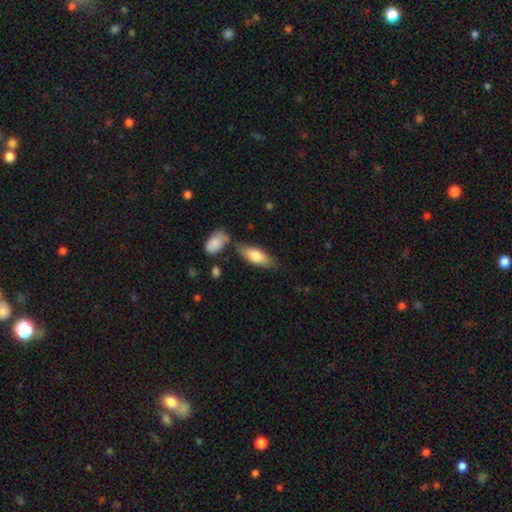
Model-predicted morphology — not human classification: Overall: smooth (77%). How rounded: in between (73%). Merging: none (64%).